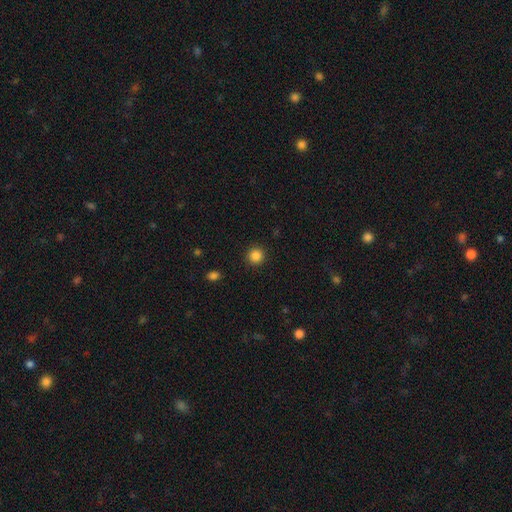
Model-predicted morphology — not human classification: Smooth or featured? smooth (86%)
How rounded? round (94%)
Merging? none (92%)